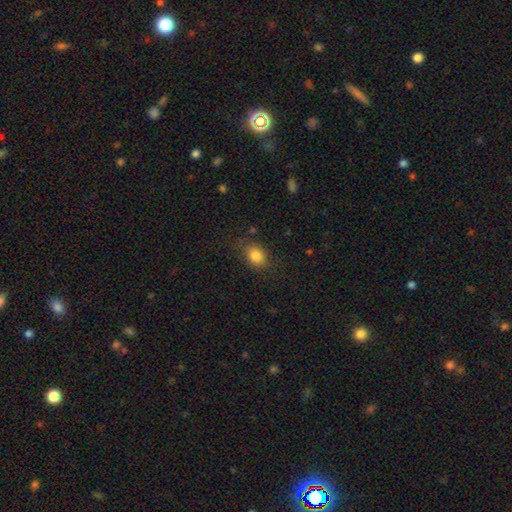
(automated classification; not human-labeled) Smooth or featured? Predicted: smooth (p=0.84). How rounded? Predicted: in between (p=0.61). Merging? Predicted: none (p=0.76).